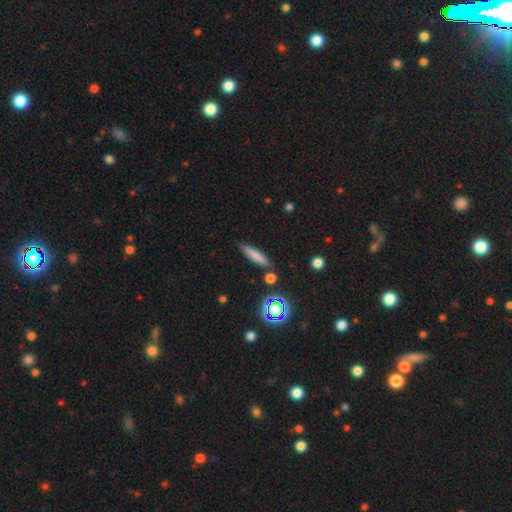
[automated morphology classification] Smooth or featured? smooth (75%)
How rounded? cigar-shaped (81%)
Merging? none (83%)